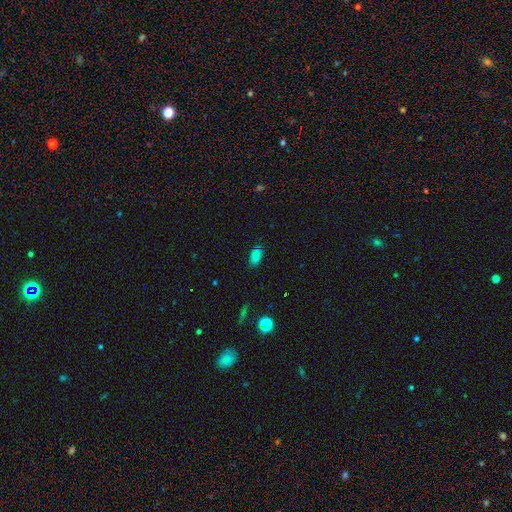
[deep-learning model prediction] Smooth or featured?
  - smooth: 81% *
  - star or artifact: 14%
  - featured or disk: 5%
How rounded?
  - in between: 91% *
  - round: 6%
  - cigar-shaped: 3%
Merging?
  - none: 78% *
  - minor disturbance: 17%
  - major disturbance: 4%
  - merger: 1%